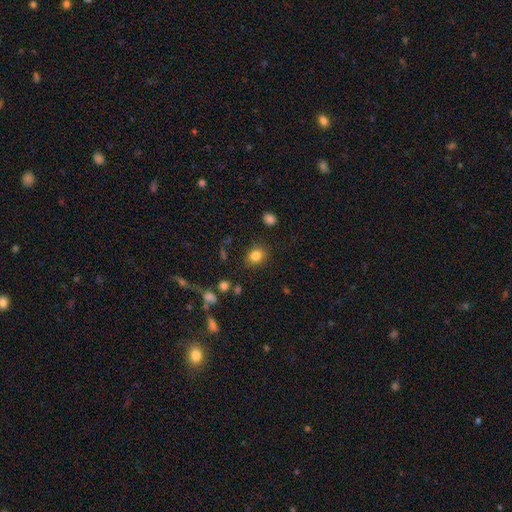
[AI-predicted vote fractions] Q: Smooth or featured?
A: smooth (83%); runner-up: star or artifact (11%)
Q: How rounded?
A: round (73%); runner-up: in between (26%)
Q: Merging?
A: none (85%); runner-up: minor disturbance (10%)